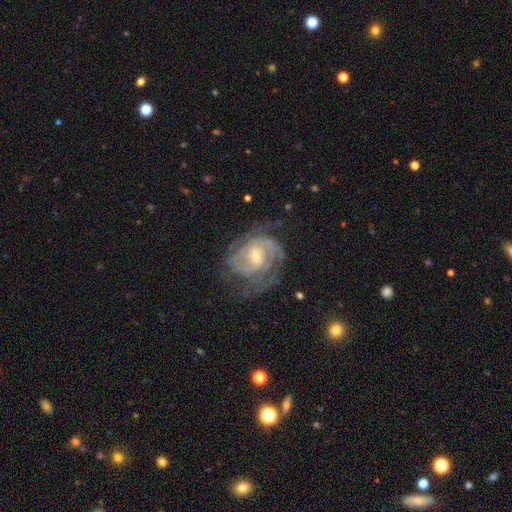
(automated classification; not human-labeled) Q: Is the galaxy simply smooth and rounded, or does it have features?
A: featured or disk — 90%.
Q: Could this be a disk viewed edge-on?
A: no — 98%.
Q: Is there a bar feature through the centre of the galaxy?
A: weak — 51%.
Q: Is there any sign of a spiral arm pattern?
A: yes — 97%.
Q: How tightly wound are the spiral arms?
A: tight — 62%.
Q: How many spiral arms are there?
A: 2 — 47%.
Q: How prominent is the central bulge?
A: small — 55%.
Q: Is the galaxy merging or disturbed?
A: none — 67%.